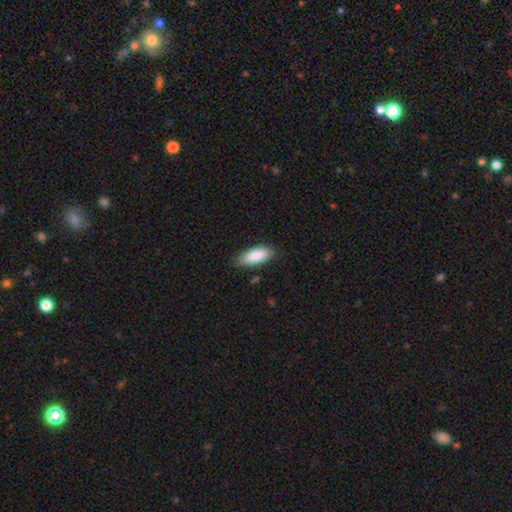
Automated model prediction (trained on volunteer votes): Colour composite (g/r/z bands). It shows a smooth galaxy with no disk features (85%) that is in between round and cigar-shaped (81%). Merging: none (80%).